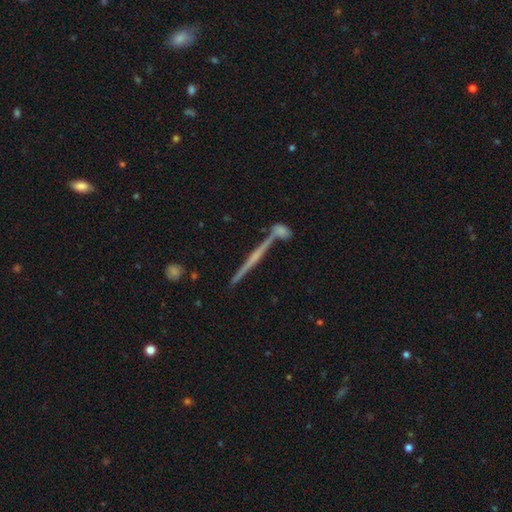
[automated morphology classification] Overall: featured or disk (74%). Edge-on disk: yes (97%). Edge-on bulge: none (46%; rounded 45%). Merging: none (75%).